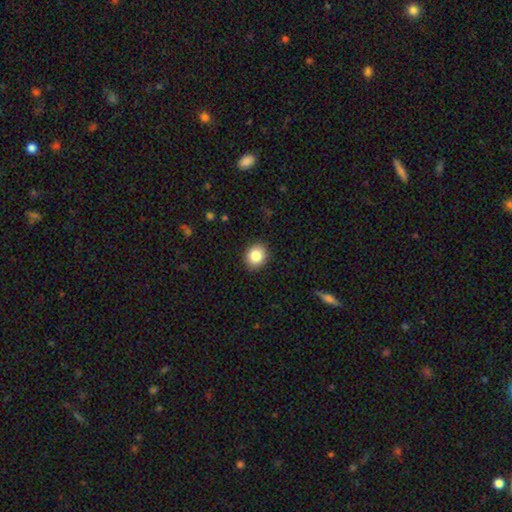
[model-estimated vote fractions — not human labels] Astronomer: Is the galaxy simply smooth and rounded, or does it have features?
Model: smooth — 85%.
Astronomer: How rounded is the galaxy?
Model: round — 74%.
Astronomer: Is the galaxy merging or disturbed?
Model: none — 91%.